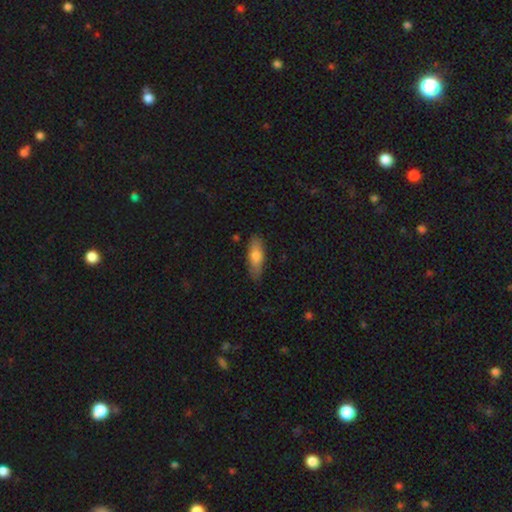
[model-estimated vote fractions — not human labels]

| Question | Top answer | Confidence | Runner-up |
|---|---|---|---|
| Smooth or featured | smooth | 72% | featured or disk (22%) |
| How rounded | in between | 59% | cigar-shaped (38%) |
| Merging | none | 80% | minor disturbance (16%) |